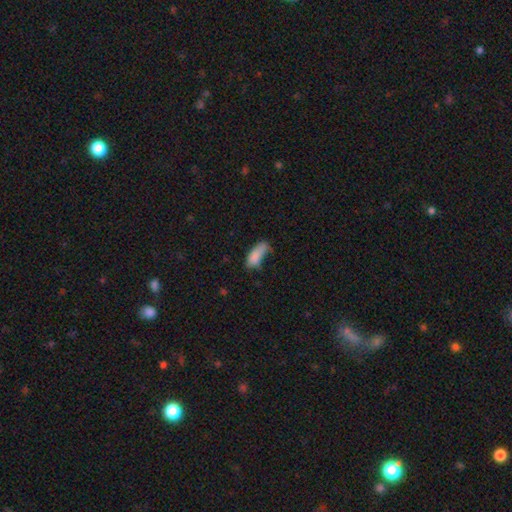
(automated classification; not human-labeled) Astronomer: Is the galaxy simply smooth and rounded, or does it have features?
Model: smooth — 83%.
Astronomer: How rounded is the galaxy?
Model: in between — 79%.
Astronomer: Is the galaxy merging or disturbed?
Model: none — 41% (runner-up: minor disturbance, 37%).